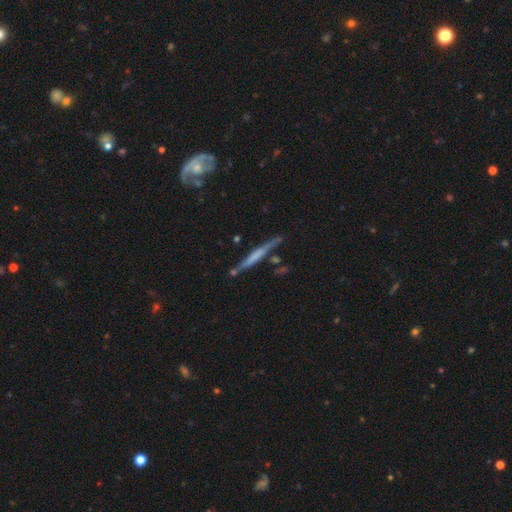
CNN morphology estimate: Smooth or featured: featured or disk — 59% (smooth — 35%)
Edge-on disk: yes — 95% (no — 5%)
Edge-on bulge: none — 55% (boxy — 24%)
Merging: none — 76% (minor disturbance — 13%)